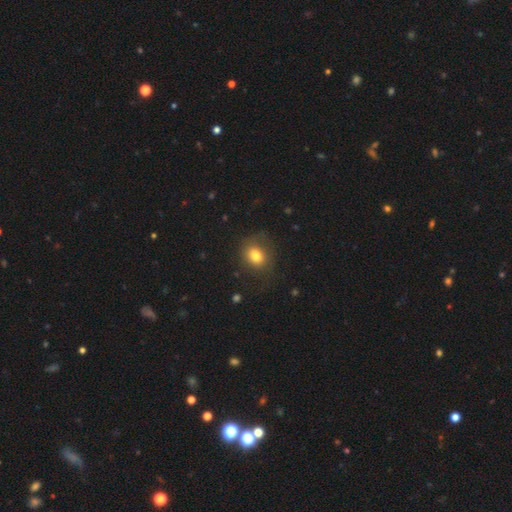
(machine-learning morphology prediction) Smooth or featured? Predicted: smooth (p=0.78). How rounded? Predicted: round (p=0.56). Merging? Predicted: none (p=0.74).